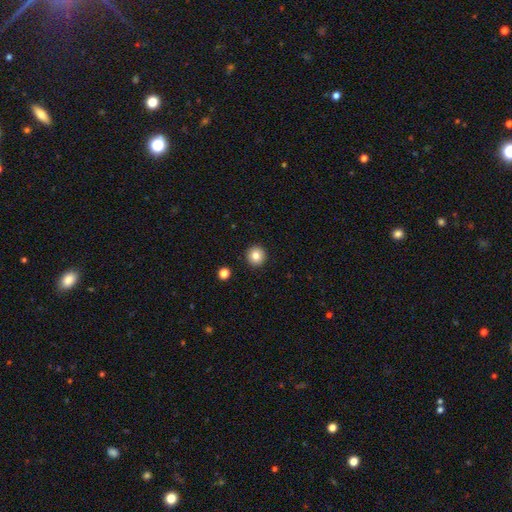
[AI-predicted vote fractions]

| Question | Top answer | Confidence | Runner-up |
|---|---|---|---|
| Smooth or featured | smooth | 83% | star or artifact (10%) |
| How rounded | round | 95% | in between (4%) |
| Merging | none | 93% | minor disturbance (4%) |